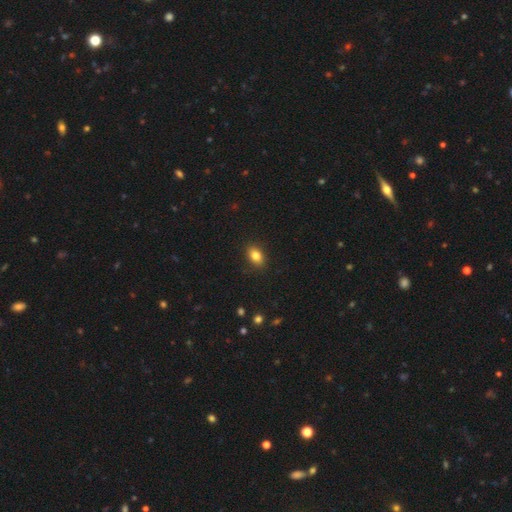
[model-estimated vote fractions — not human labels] Smooth or featured? Predicted: smooth (p=0.83). How rounded? Predicted: in between (p=0.80). Merging? Predicted: none (p=0.88).